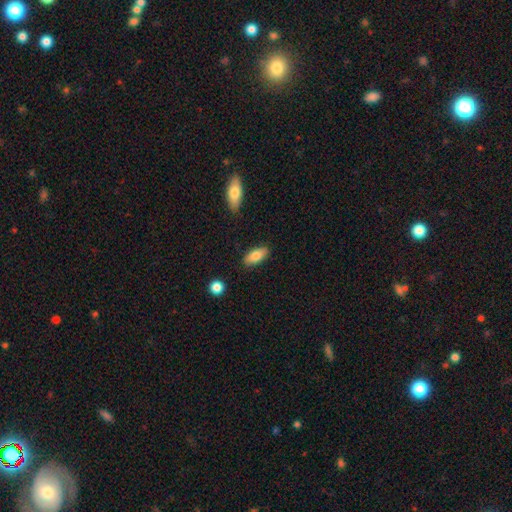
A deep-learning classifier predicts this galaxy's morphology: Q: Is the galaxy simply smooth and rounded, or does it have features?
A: smooth — 81%.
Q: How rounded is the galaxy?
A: in between — 86%.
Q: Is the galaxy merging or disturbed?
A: none — 86%.